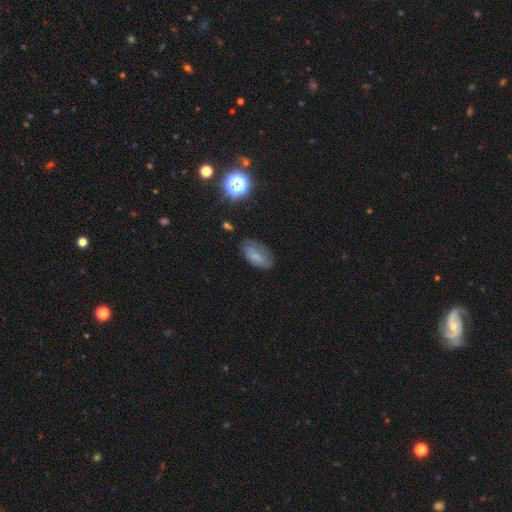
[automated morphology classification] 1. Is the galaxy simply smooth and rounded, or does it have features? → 67% smooth, 21% featured or disk, 12% star or artifact.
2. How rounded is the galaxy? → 92% in between, 5% round, 3% cigar-shaped.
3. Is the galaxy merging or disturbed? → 64% none, 26% minor disturbance, 8% major disturbance, 2% merger.